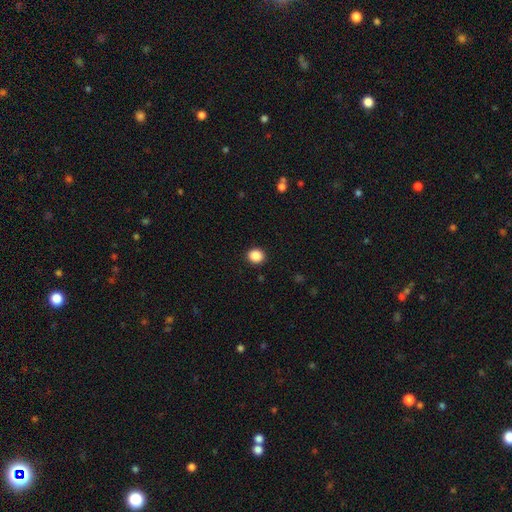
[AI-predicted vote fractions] Q: Smooth or featured?
A: smooth (88%); runner-up: star or artifact (10%)
Q: How rounded?
A: round (83%); runner-up: in between (16%)
Q: Merging?
A: none (92%); runner-up: minor disturbance (6%)